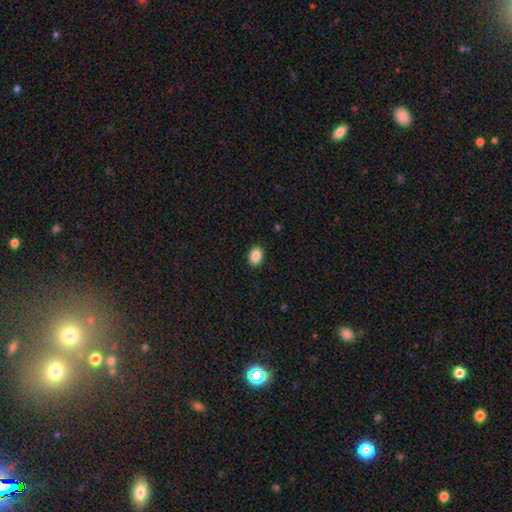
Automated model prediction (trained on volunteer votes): A smooth galaxy with no disk features (88%) that is in between round and cigar-shaped (67%). Merging: none (90%).